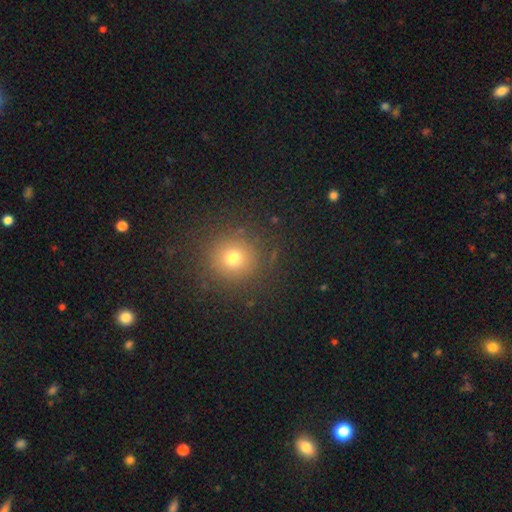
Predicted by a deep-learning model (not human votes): smooth-or-featured: smooth: 61% | star or artifact: 31% | featured or disk: 8%
  how-rounded: round: 94% | in between: 5% | cigar-shaped: 1%
  merging: none: 91% | minor disturbance: 6% | major disturbance: 2% | merger: 1%